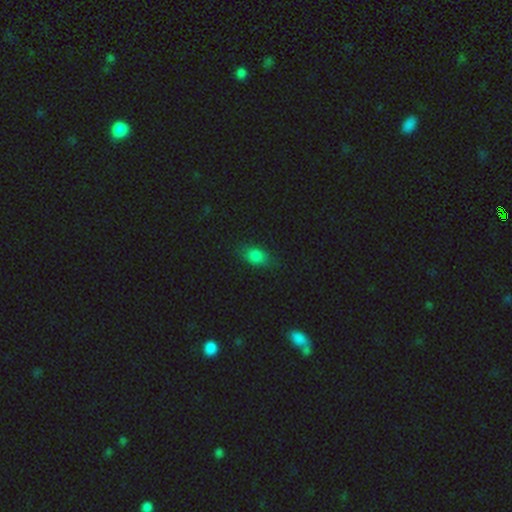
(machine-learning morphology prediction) This is likely a smooth galaxy (79%). How rounded: likely in between (79%). Merging: likely none (78%).